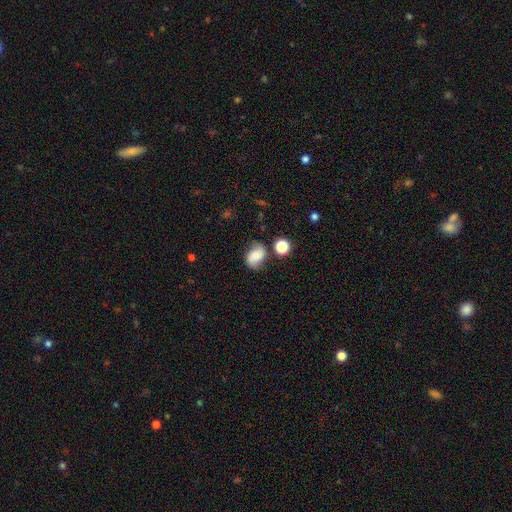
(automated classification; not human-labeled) Overall: smooth (63%; featured or disk 25%). How rounded: in between (73%). Merging: none (61%; minor disturbance 24%).